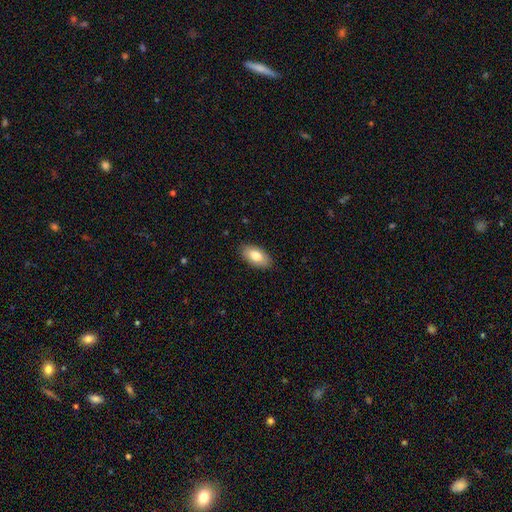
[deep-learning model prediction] Smooth or featured: smooth — 79% (featured or disk — 14%)
How rounded: in between — 93% (cigar-shaped — 4%)
Merging: none — 88% (minor disturbance — 9%)